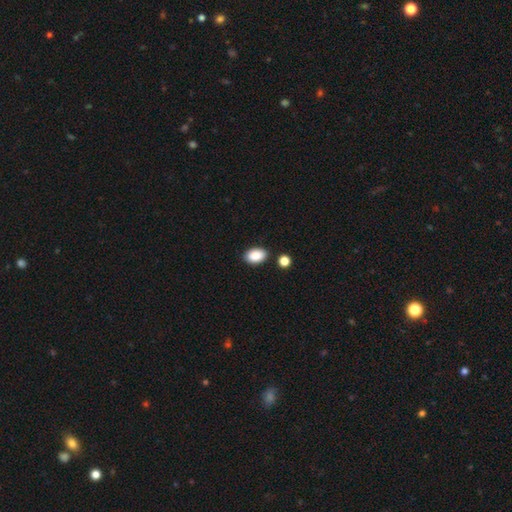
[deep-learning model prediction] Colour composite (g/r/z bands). It shows a smooth galaxy with no disk features (88%) that is in between round and cigar-shaped (89%). Merging: none (85%).